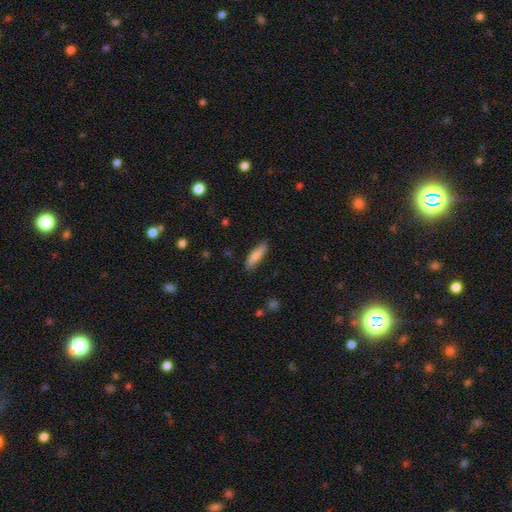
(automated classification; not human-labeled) Smooth or featured? Predicted: smooth (p=0.79). How rounded? Predicted: cigar-shaped (p=0.73). Merging? Predicted: none (p=0.86).